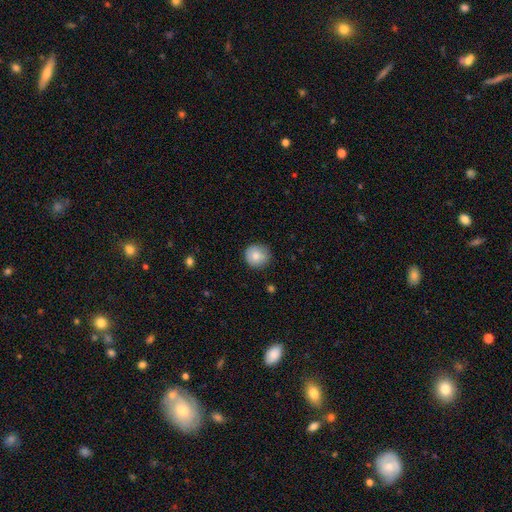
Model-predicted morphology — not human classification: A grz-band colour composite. It shows a smooth galaxy with no disk features (83%) that is round (92%). Merging: none (85%).